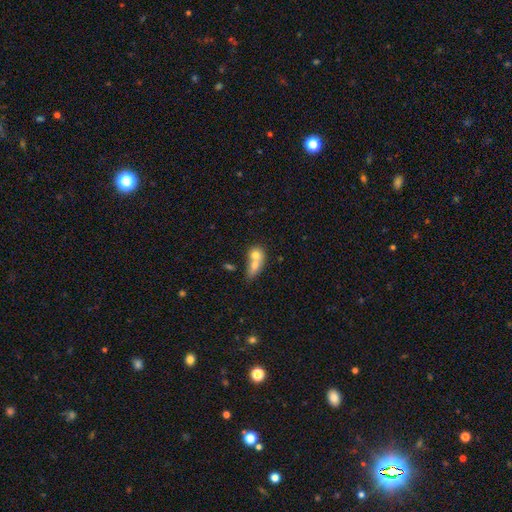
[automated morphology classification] A smooth galaxy with no disk features (69%) that is in between round and cigar-shaped (51%). Merging: merger (71%).